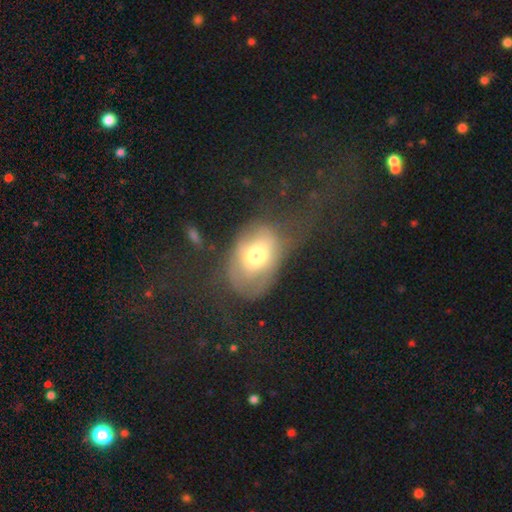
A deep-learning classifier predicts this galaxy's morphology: Smooth or featured?
  - smooth: 60% *
  - featured or disk: 29%
  - star or artifact: 11%
How rounded?
  - in between: 72% *
  - round: 27%
  - cigar-shaped: 1%
Merging?
  - major disturbance: 37% * (tied)
  - none: 37% * (tied)
  - minor disturbance: 23%
  - merger: 3%